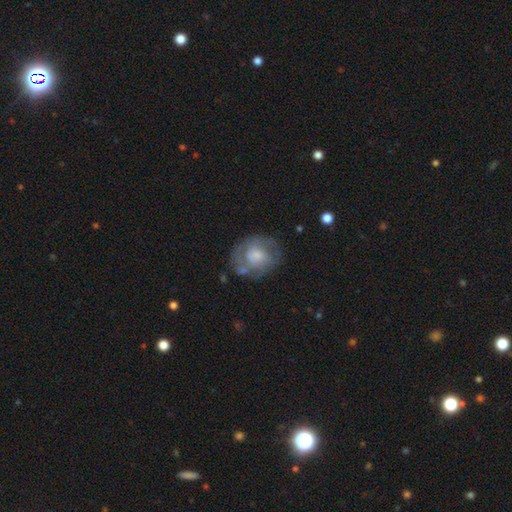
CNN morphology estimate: The model was most divided on "smooth or featured": featured or disk: 49%, smooth: 44%, star or artifact: 7%. More confident: merging — none (58%).